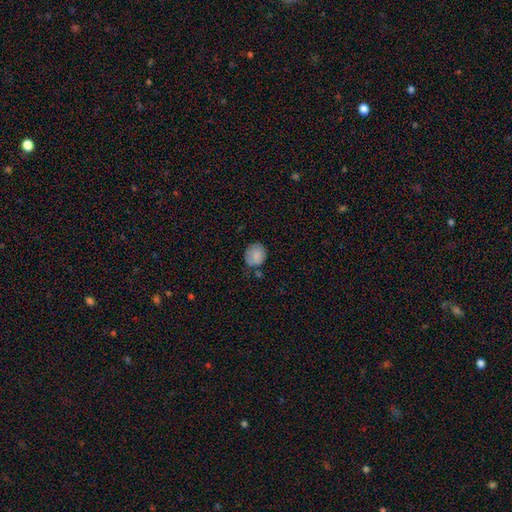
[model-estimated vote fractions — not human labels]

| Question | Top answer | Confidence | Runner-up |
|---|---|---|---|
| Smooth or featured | smooth | 83% | featured or disk (9%) |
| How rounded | round | 72% | in between (28%) |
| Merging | none | 60% | minor disturbance (26%) |